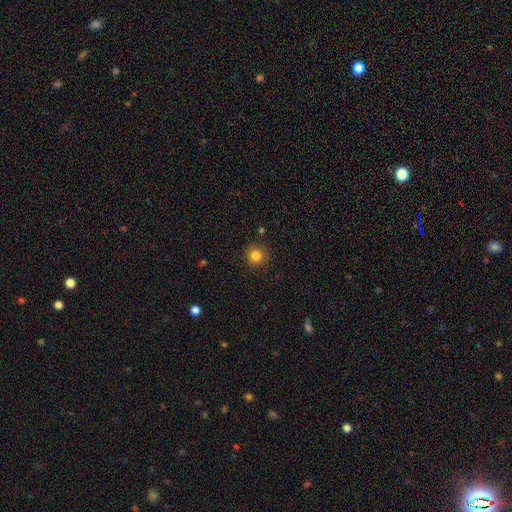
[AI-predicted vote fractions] Q: Smooth or featured?
A: smooth (83%); runner-up: star or artifact (12%)
Q: How rounded?
A: round (94%); runner-up: in between (5%)
Q: Merging?
A: none (90%); runner-up: minor disturbance (6%)